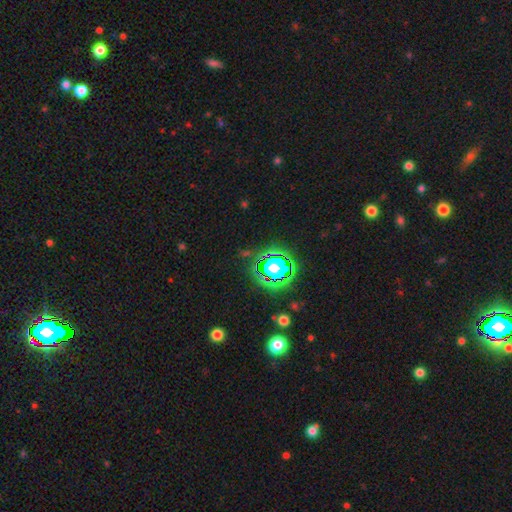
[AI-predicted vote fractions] The model was most divided on "smooth or featured": star or artifact: 81%, smooth: 12%, featured or disk: 7%.